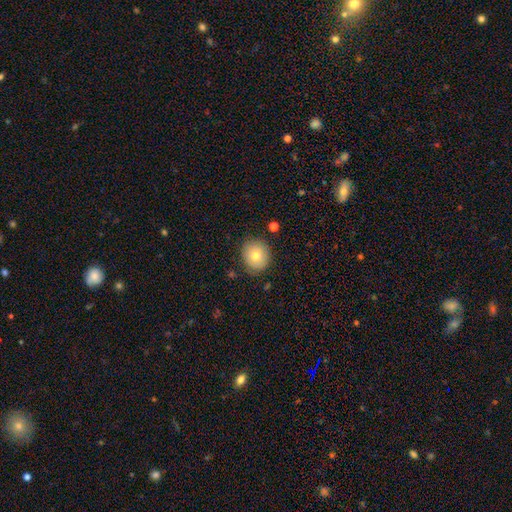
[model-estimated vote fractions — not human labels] A smooth galaxy with no disk features (75%) that is round (80%).

Vote fractions:
- Smooth or featured? smooth: 75% / featured or disk: 15% / star or artifact: 10%
- How rounded? round: 80% / in between: 20% / cigar-shaped: 1%
- Merging? none: 83% / minor disturbance: 12% / major disturbance: 3% / merger: 2%